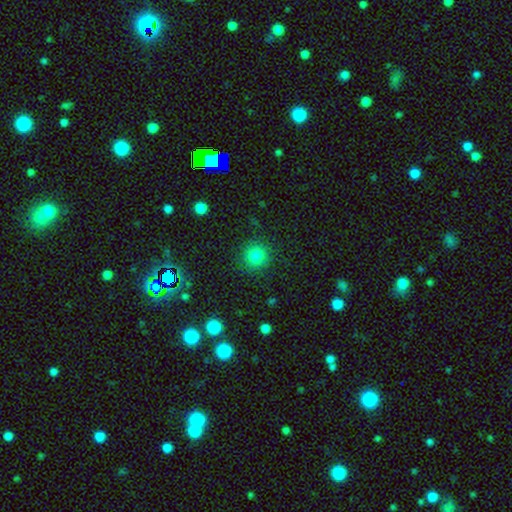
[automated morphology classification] smooth_or_featured: smooth (p=0.83) [alt: star or artifact p=0.12]
how_rounded: round (p=0.92) [alt: in between p=0.07]
merging: none (p=0.88) [alt: minor disturbance p=0.08]